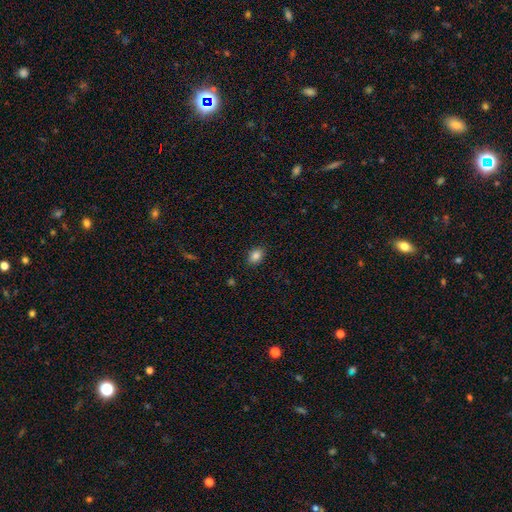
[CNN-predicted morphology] Q: Smooth or featured?
A: smooth (86%); runner-up: star or artifact (10%)
Q: How rounded?
A: in between (78%); runner-up: round (21%)
Q: Merging?
A: none (87%); runner-up: minor disturbance (9%)